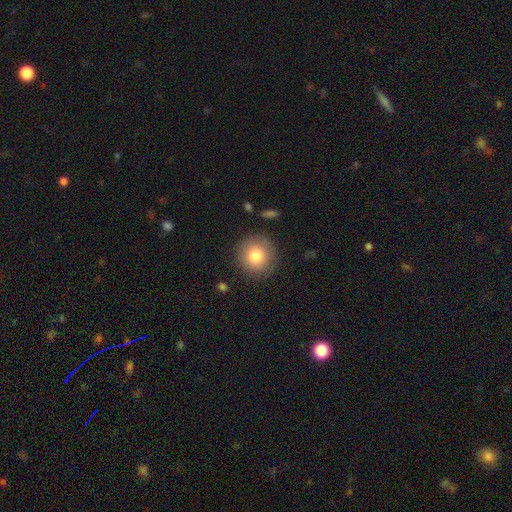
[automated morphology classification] A smooth galaxy with no disk features (81%) that is round (94%). Merging: none (87%).